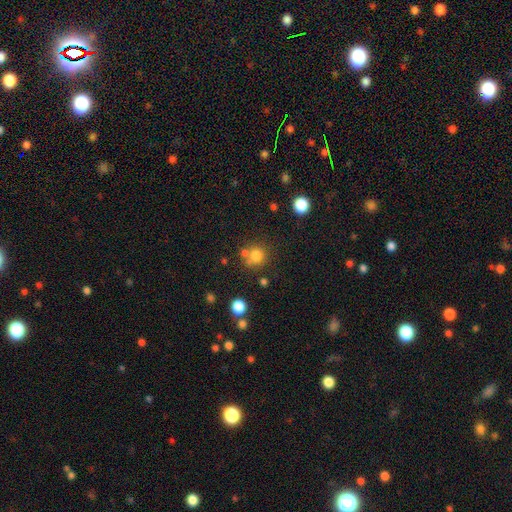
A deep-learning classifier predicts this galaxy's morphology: The model was most divided on "merging": none: 62%, merger: 22%, minor disturbance: 11%, major disturbance: 4%. More confident: how rounded — round (88%); smooth or featured — smooth (77%).